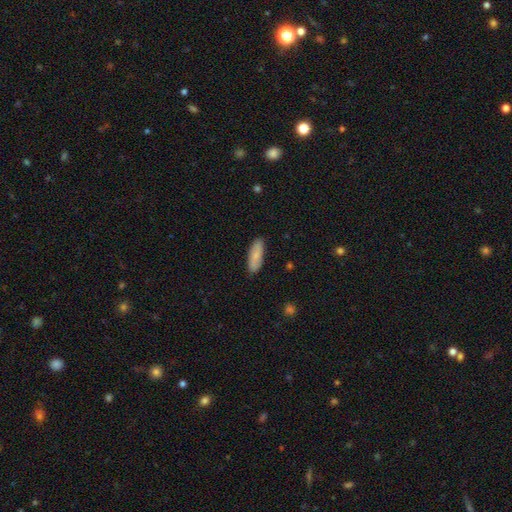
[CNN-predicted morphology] Smooth or featured? smooth (73%)
How rounded? in between (71%)
Merging? none (86%)